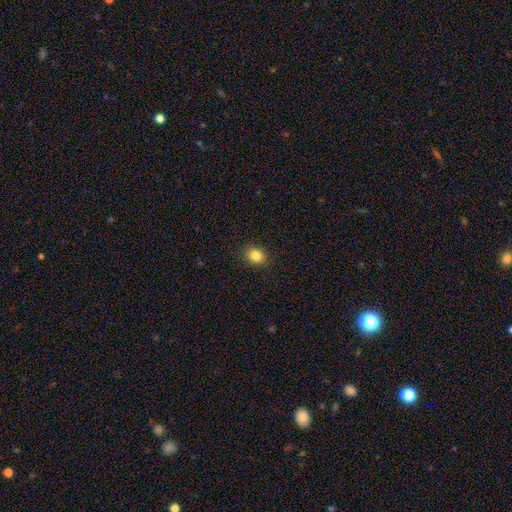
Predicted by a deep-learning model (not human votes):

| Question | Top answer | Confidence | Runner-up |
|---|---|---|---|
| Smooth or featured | smooth | 83% | star or artifact (11%) |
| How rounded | round | 57% | in between (42%) |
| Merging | none | 90% | minor disturbance (7%) |